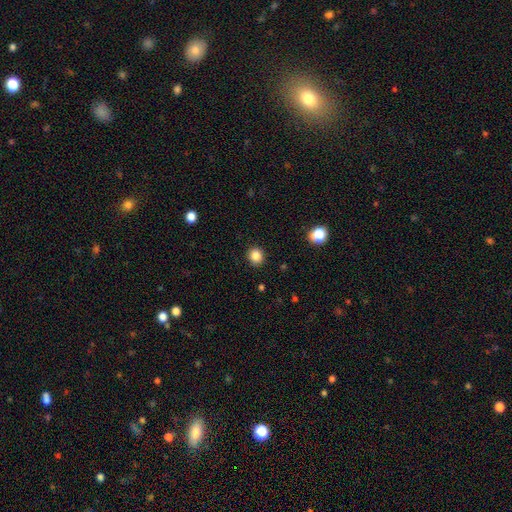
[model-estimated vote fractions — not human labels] This is clearly a smooth galaxy (85%). How rounded: clearly round (87%). Merging: clearly none (91%).